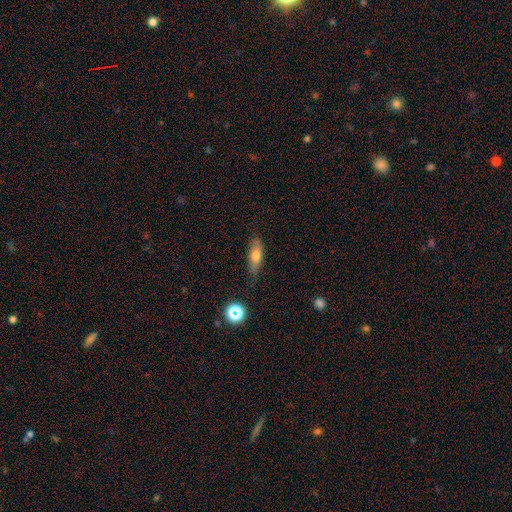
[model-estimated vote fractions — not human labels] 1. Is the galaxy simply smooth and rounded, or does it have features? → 65% smooth, 26% featured or disk, 9% star or artifact.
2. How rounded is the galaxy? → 54% in between, 41% cigar-shaped, 5% round.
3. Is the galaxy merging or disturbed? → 74% none, 20% minor disturbance, 4% major disturbance, 2% merger.